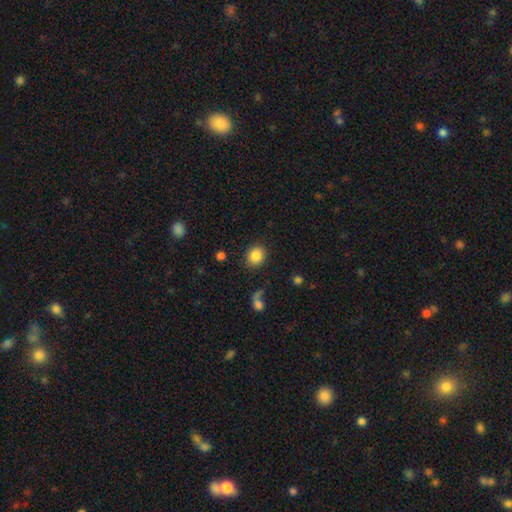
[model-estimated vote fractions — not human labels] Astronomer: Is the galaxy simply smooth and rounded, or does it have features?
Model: smooth — 86%.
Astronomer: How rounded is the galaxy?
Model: round — 74%.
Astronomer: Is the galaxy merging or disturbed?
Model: none — 87%.